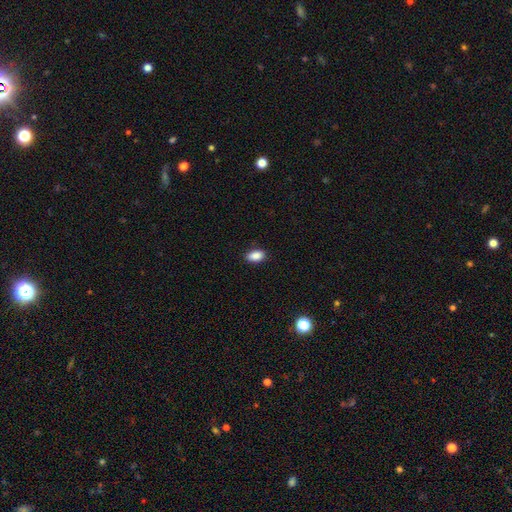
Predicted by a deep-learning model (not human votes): A smooth galaxy with no disk features (89%) that is in between round and cigar-shaped (91%). Merging: none (87%).